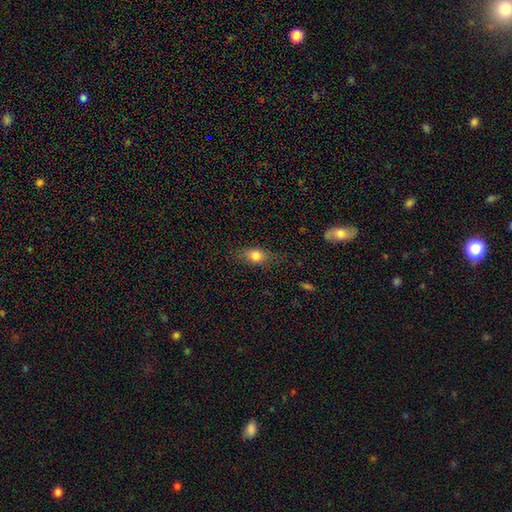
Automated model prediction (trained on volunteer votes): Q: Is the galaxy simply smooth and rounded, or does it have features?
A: smooth — 75%.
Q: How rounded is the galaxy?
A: in between — 68%.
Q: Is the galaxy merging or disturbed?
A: none — 76%.